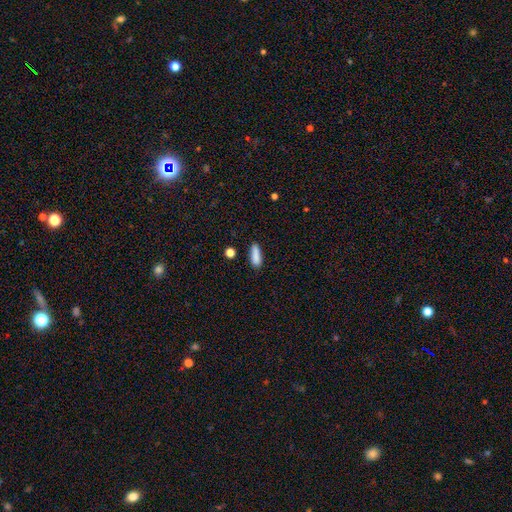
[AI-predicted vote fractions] smooth 86%, star or artifact 8%, featured or disk 6%. Down the decision tree: how rounded — in between (49%); merging — none (76%).